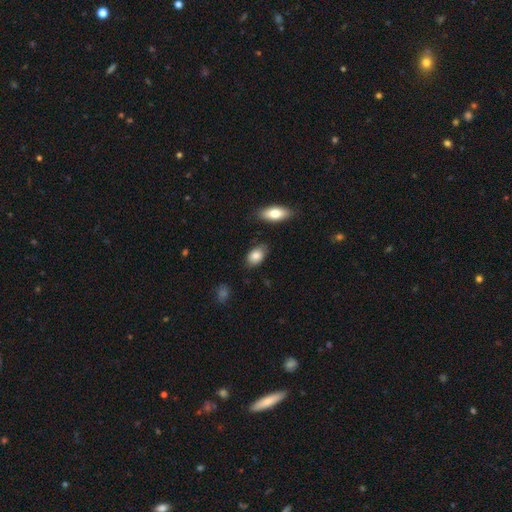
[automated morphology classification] This is clearly a smooth galaxy (84%). How rounded: clearly in between (89%). Merging: clearly none (81%).